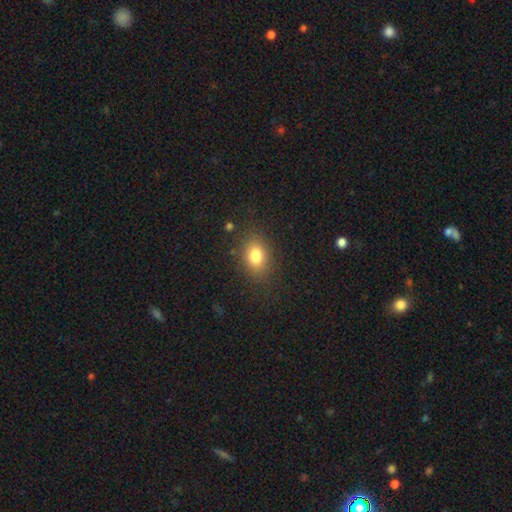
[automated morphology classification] Smooth or featured: smooth — 80% (star or artifact — 11%)
How rounded: in between — 65% (round — 34%)
Merging: none — 83% (minor disturbance — 11%)